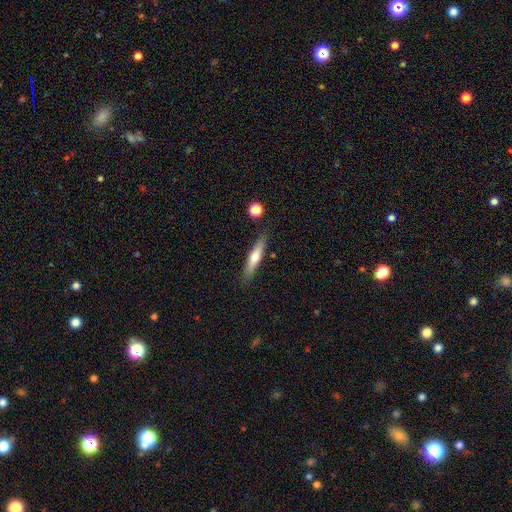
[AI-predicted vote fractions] smooth_or_featured: smooth (p=0.58) [alt: featured or disk p=0.36]
how_rounded: cigar-shaped (p=0.86) [alt: in between p=0.13]
merging: none (p=0.84) [alt: minor disturbance p=0.11]